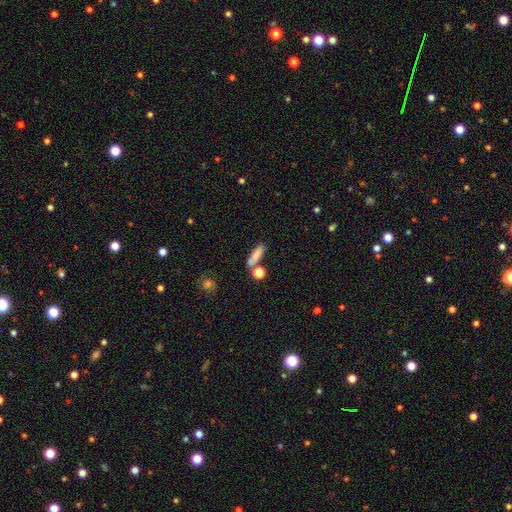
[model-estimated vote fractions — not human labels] The model was most divided on "how rounded": cigar-shaped: 59%, in between: 33%, round: 9%. More confident: smooth or featured — smooth (79%); merging — none (67%).